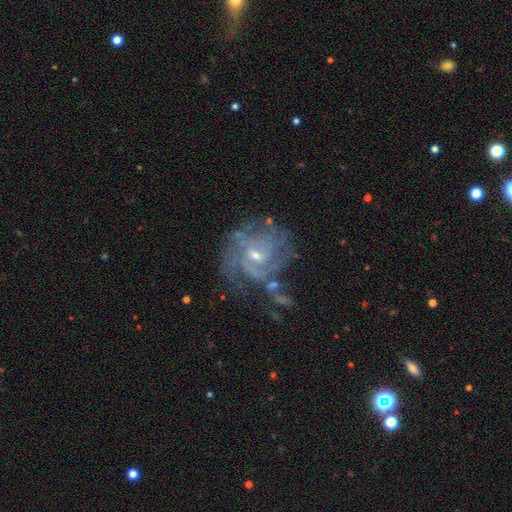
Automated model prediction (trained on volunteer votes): Q: Smooth or featured?
A: featured or disk (83%); runner-up: smooth (9%)
Q: Edge-on disk?
A: no (97%); runner-up: yes (3%)
Q: Bar?
A: weak (47%); runner-up: no (45%)
Q: Spiral arms?
A: yes (88%); runner-up: no (12%)
Q: Spiral winding?
A: tight (52%); runner-up: medium (36%)
Q: Spiral arm count?
A: can't tell (41%); runner-up: 2 (19%)
Q: Bulge size?
A: small (58%); runner-up: moderate (38%)
Q: Merging?
A: none (50%); runner-up: minor disturbance (22%)